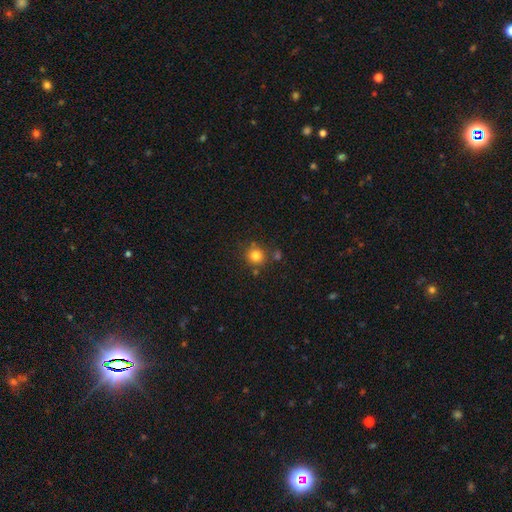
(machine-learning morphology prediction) Smooth or featured? Predicted: smooth (p=0.81). How rounded? Predicted: round (p=0.91). Merging? Predicted: none (p=0.78).